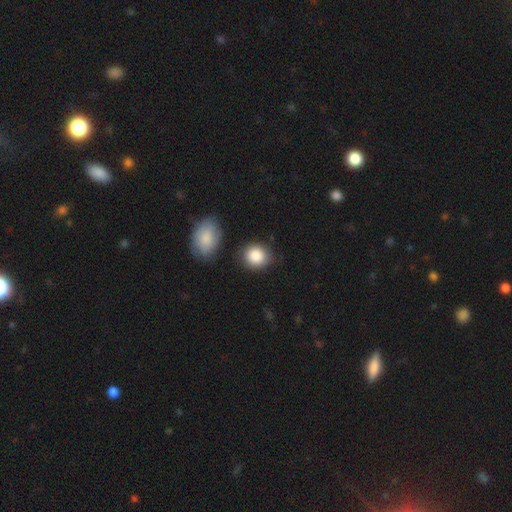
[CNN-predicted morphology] smooth_or_featured: smooth (p=0.88) [alt: star or artifact p=0.07]
how_rounded: round (p=0.65) [alt: in between p=0.34]
merging: none (p=0.78) [alt: minor disturbance p=0.13]